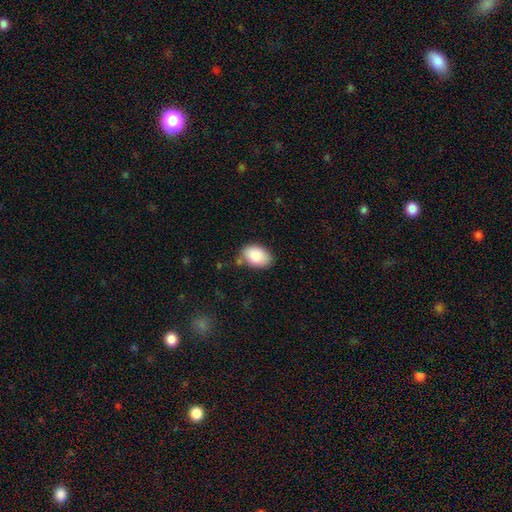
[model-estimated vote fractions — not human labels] A smooth galaxy with no disk features (87%) that is in between round and cigar-shaped (88%). Merging: none (75%).